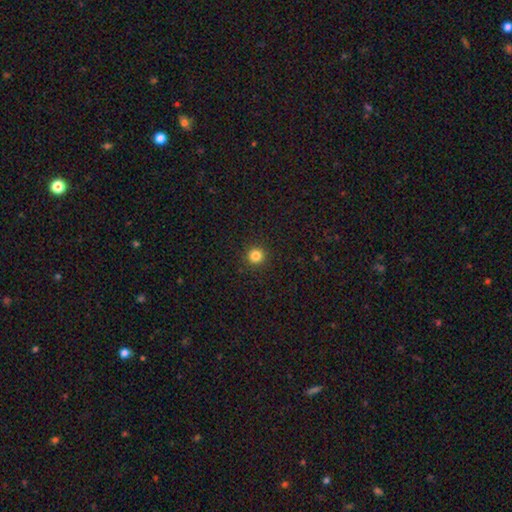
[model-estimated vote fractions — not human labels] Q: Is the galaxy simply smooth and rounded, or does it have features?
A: smooth — 83%.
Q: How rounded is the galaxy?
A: round — 95%.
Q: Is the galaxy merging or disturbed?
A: none — 93%.